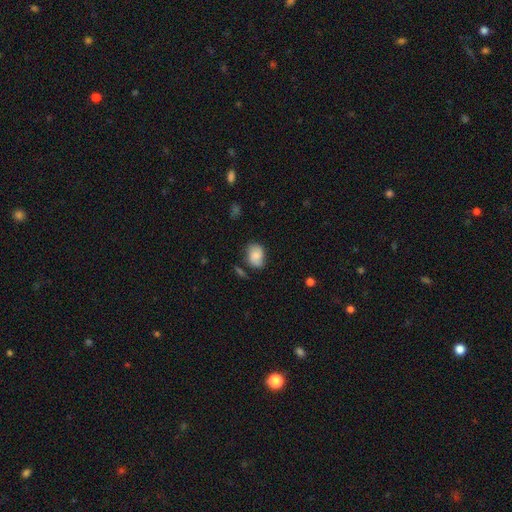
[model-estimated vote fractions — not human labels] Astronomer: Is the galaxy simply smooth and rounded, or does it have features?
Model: smooth — 71%.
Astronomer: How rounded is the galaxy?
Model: in between — 65%.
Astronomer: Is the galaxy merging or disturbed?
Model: none — 56%.